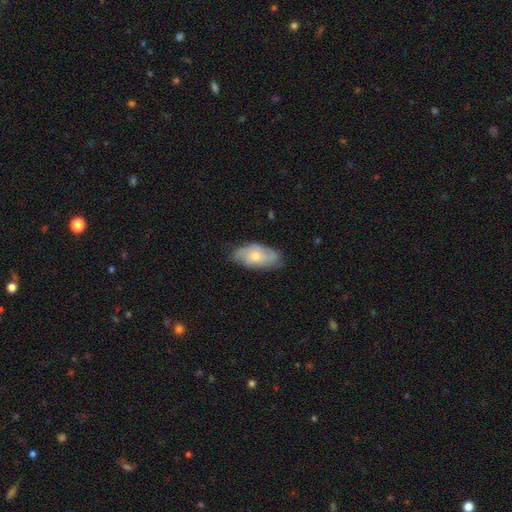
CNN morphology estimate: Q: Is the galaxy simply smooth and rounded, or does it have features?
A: featured or disk — 48%.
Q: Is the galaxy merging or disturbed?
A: none — 73%.